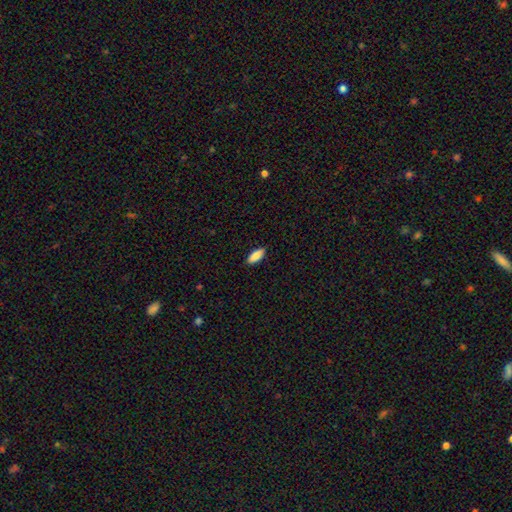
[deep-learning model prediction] Smooth or featured? Predicted: smooth (p=0.86). How rounded? Predicted: in between (p=0.79). Merging? Predicted: none (p=0.89).